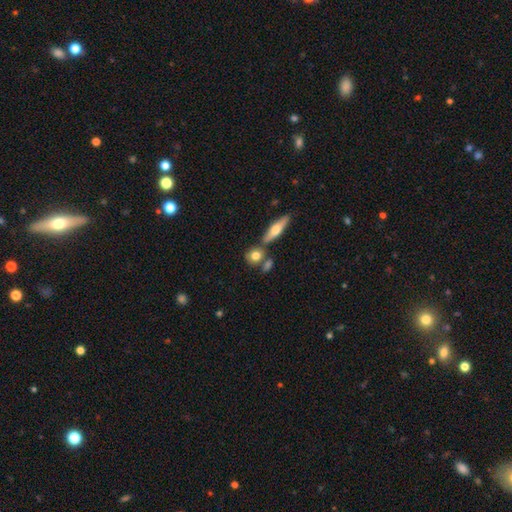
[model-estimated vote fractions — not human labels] A smooth galaxy with no disk features (72%) that is round (62%). Merging: none (62%).